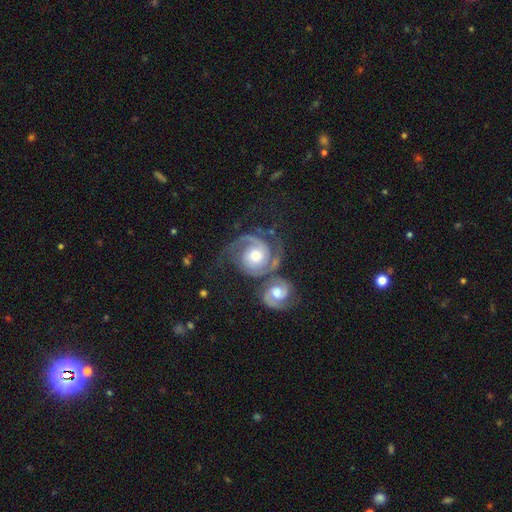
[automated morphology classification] smooth_or_featured: featured or disk (p=0.89) [alt: smooth p=0.07]
disk_edge_on: no (p=0.97) [alt: yes p=0.03]
bar: no (p=0.71) [alt: weak p=0.23]
has_spiral_arms: yes (p=0.98) [alt: no p=0.02]
spiral_winding: tight (p=0.51) [alt: medium p=0.41]
spiral_arm_count: 2 (p=0.87) [alt: can't tell p=0.04]
bulge_size: moderate (p=0.71) [alt: small p=0.14]
merging: merger (p=0.39) [alt: none p=0.38]